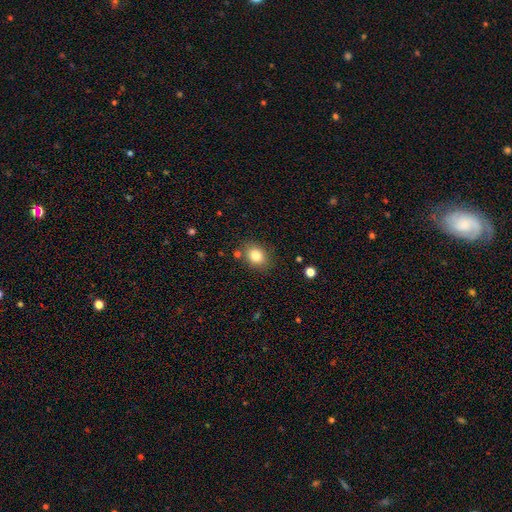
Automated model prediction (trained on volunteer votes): This is clearly a smooth galaxy (83%). How rounded: possibly round (50%). Merging: clearly none (82%).